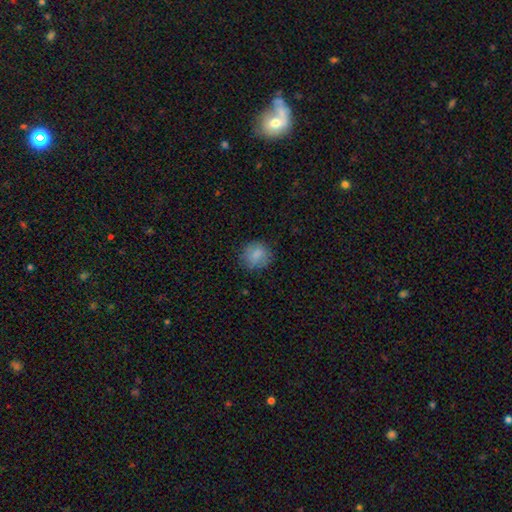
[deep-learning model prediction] The model was most divided on "merging": none: 80%, minor disturbance: 14%, major disturbance: 5%, merger: 1%. More confident: how rounded — round (84%); smooth or featured — smooth (82%).